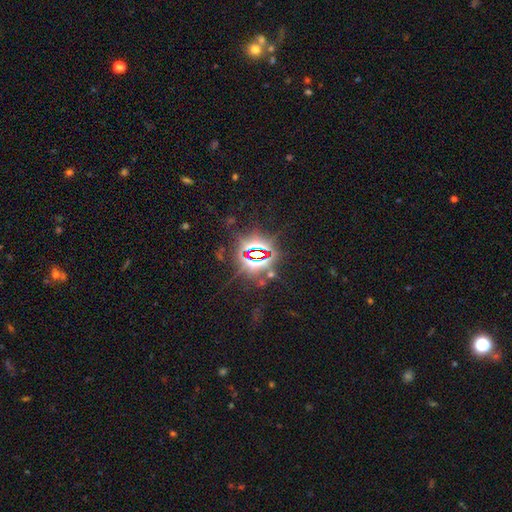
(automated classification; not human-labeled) Morphology: type=star or artifact (85%).